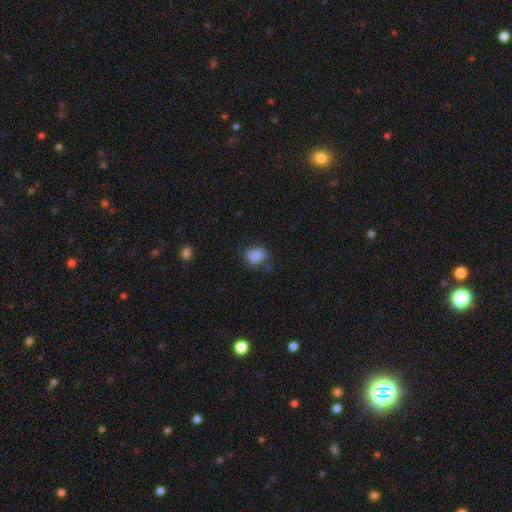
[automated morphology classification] smooth 80%, featured or disk 10%, star or artifact 10%. Down the decision tree: how rounded — in between (62%); merging — none (56%).